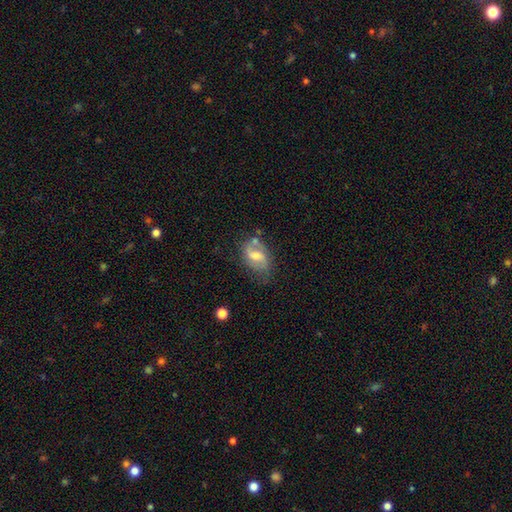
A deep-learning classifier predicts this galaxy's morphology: Smooth or featured? Predicted: featured or disk (p=0.59). Edge-on disk? Predicted: no (p=0.96). Bar? Predicted: weak (p=0.52). Spiral arms? Predicted: yes (p=0.78). Bulge size? Predicted: moderate (p=0.53). Merging? Predicted: none (p=0.52).